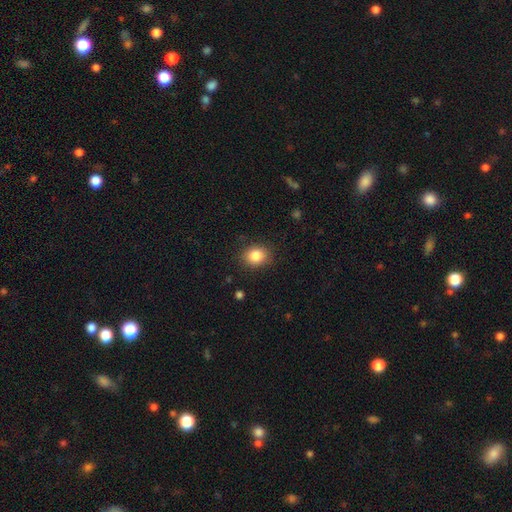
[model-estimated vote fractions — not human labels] Overall: smooth (85%). How rounded: round (55%; in between 44%). Merging: none (85%).